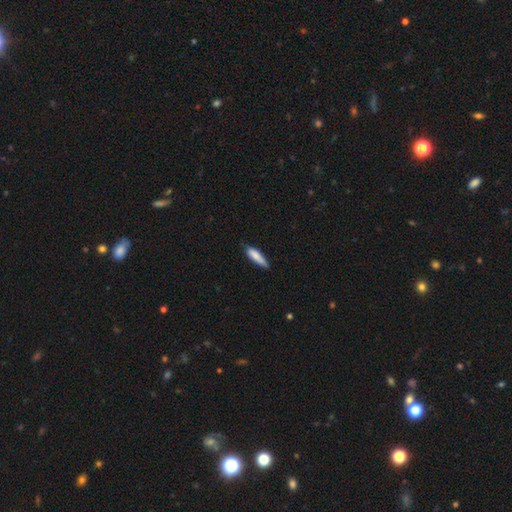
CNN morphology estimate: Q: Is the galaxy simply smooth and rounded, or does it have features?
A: smooth — 81%.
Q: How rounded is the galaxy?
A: cigar-shaped — 65%.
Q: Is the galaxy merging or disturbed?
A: none — 66%.